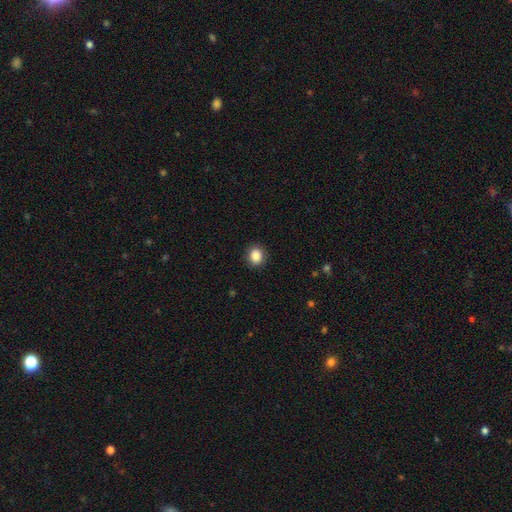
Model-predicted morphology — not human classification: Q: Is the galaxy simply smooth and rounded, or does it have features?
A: smooth — 87%.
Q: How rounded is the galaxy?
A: round — 66%.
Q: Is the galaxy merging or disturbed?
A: none — 89%.